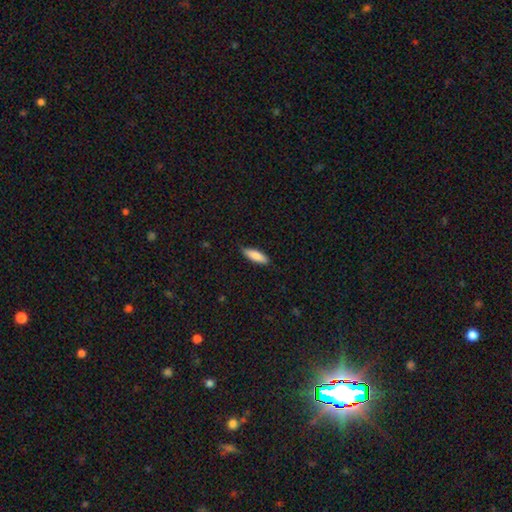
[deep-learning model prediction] Smooth or featured? smooth (83%)
How rounded? in between (51%)
Merging? none (80%)